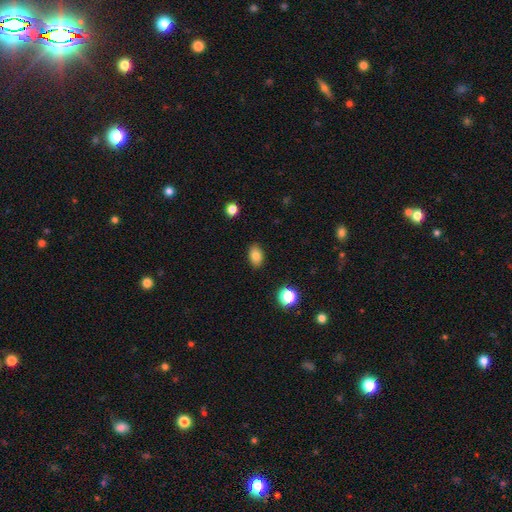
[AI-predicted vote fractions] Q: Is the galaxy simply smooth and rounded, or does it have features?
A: smooth — 81%.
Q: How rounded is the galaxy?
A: in between — 84%.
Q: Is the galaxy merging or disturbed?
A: none — 87%.